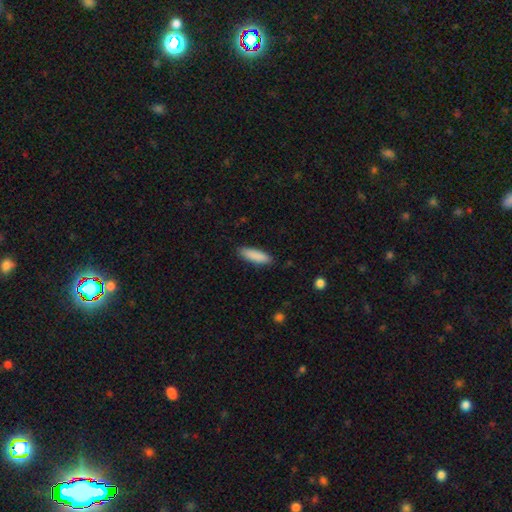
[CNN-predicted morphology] smooth_or_featured: smooth (p=0.89) [alt: star or artifact p=0.06]
how_rounded: cigar-shaped (p=0.56) [alt: in between p=0.42]
merging: none (p=0.87) [alt: minor disturbance p=0.10]